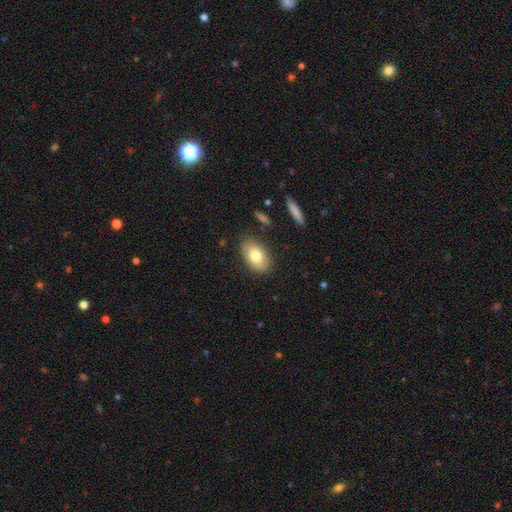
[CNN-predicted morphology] Smooth or featured? smooth (77%)
How rounded? in between (90%)
Merging? none (83%)